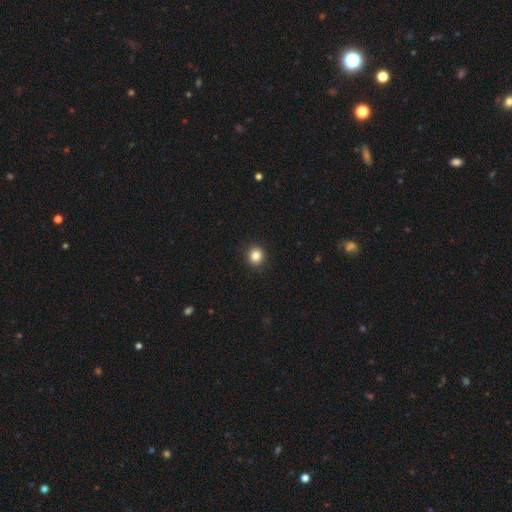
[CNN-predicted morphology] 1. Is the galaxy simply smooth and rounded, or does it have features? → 85% smooth, 11% star or artifact, 4% featured or disk.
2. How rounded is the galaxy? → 86% round, 13% in between, 1% cigar-shaped.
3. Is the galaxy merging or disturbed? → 92% none, 5% minor disturbance, 2% major disturbance, 1% merger.